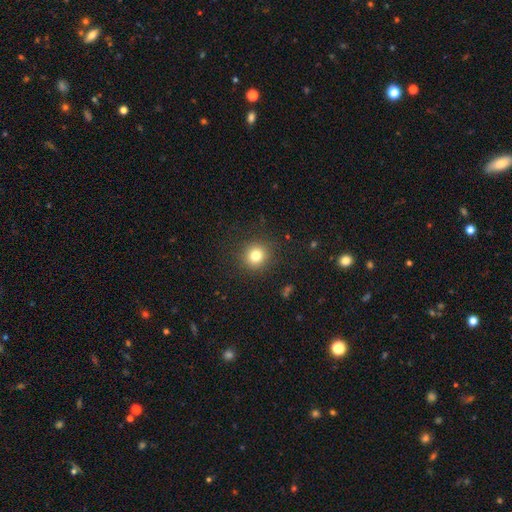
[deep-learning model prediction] Smooth or featured?
  - smooth: 79% *
  - star or artifact: 13%
  - featured or disk: 8%
How rounded?
  - round: 91% *
  - in between: 8%
  - cigar-shaped: 1%
Merging?
  - none: 90% *
  - minor disturbance: 6%
  - major disturbance: 3%
  - merger: 1%